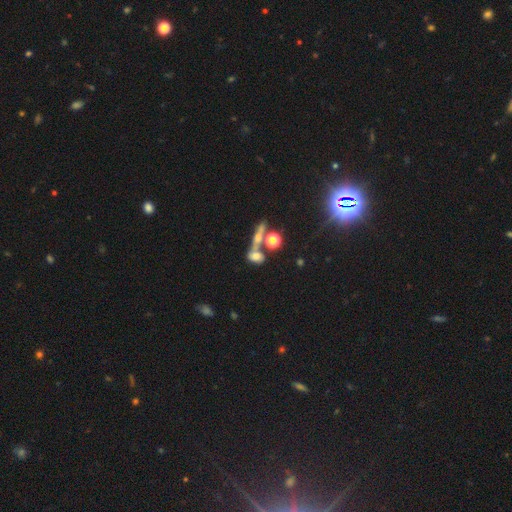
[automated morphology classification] smooth_or_featured: smooth (p=0.60) [alt: featured or disk p=0.22]
how_rounded: in between (p=0.63) [alt: round p=0.25]
merging: merger (p=0.42) [alt: none p=0.37]